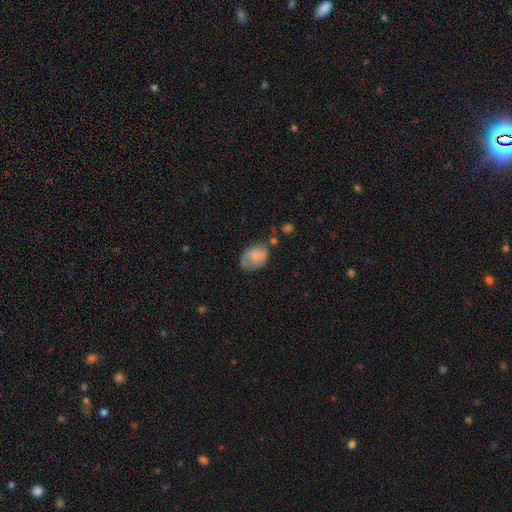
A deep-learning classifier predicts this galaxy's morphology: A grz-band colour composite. It shows a smooth galaxy with no disk features (71%) that is in between round and cigar-shaped (64%). Merging: none (46%).